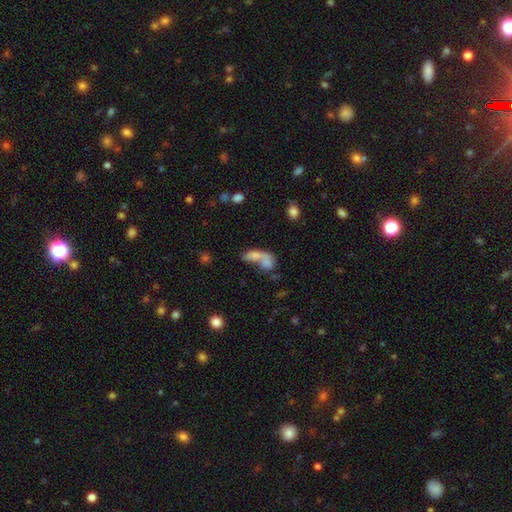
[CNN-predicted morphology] Smooth or featured?
  - smooth: 60% *
  - featured or disk: 24%
  - star or artifact: 16%
How rounded?
  - in between: 69% *
  - round: 16%
  - cigar-shaped: 16%
Merging?
  - merger: 57% *
  - none: 23%
  - major disturbance: 12%
  - minor disturbance: 8%